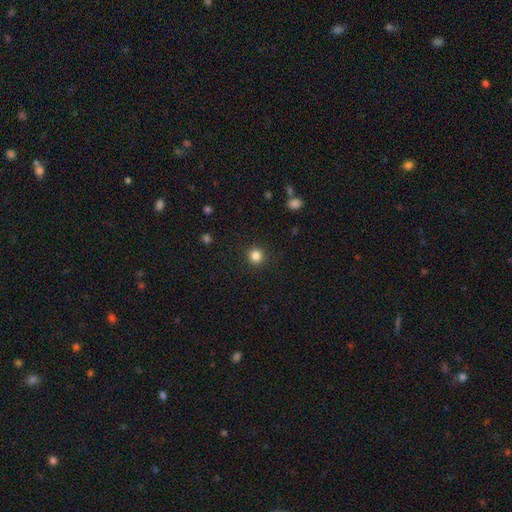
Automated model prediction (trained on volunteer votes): Smooth or featured? Predicted: smooth (p=0.84). How rounded? Predicted: round (p=0.90). Merging? Predicted: none (p=0.91).